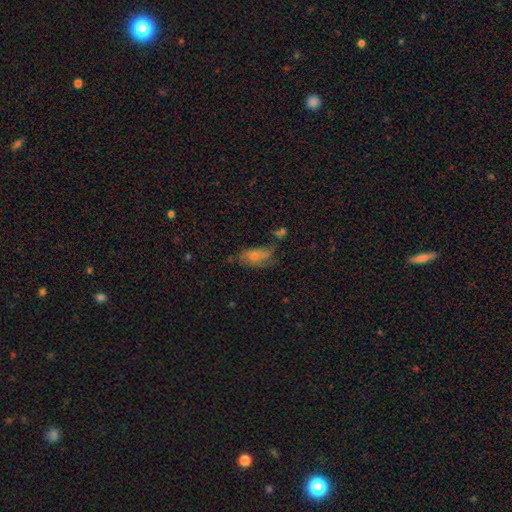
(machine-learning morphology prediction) Overall: smooth (54%; featured or disk 35%). How rounded: in between (86%). Merging: none (38%; minor disturbance 28%).